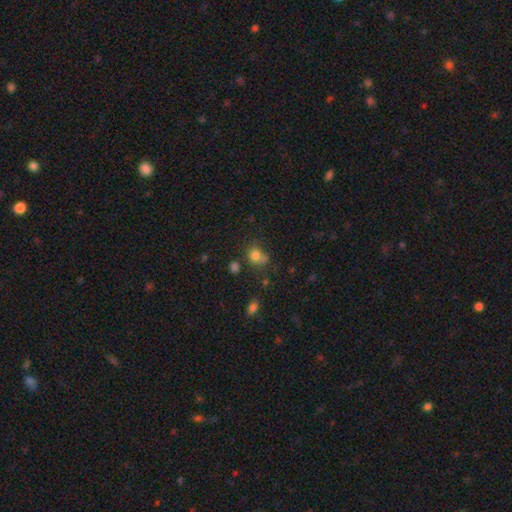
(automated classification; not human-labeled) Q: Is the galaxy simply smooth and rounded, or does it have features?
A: smooth — 76%.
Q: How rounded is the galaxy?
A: round — 67%.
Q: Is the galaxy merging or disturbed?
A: none — 48%.